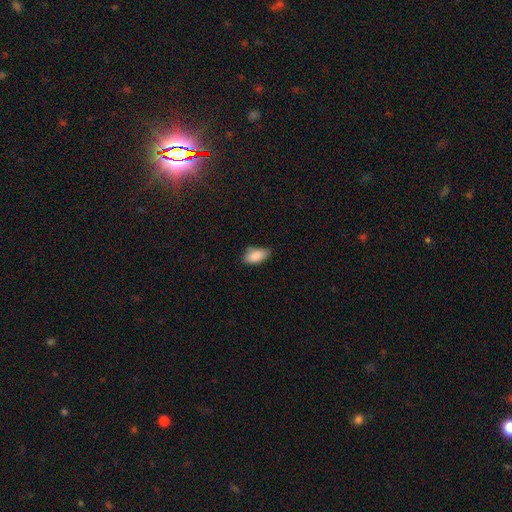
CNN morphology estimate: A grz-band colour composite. It shows a smooth galaxy with no disk features (88%) that is in between round and cigar-shaped (92%). Merging: none (72%).